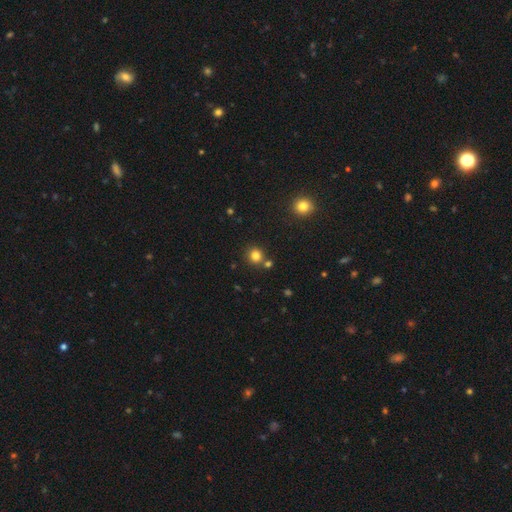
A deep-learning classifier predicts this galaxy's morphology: smooth_or_featured: smooth (p=0.81) [alt: star or artifact p=0.14]
how_rounded: round (p=0.90) [alt: in between p=0.09]
merging: none (p=0.77) [alt: merger p=0.13]